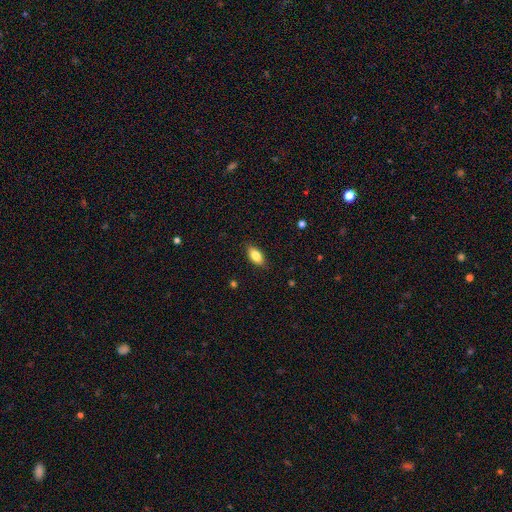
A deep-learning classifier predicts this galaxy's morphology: Q: Smooth or featured?
A: smooth (83%); runner-up: featured or disk (10%)
Q: How rounded?
A: in between (88%); runner-up: cigar-shaped (9%)
Q: Merging?
A: none (87%); runner-up: minor disturbance (10%)